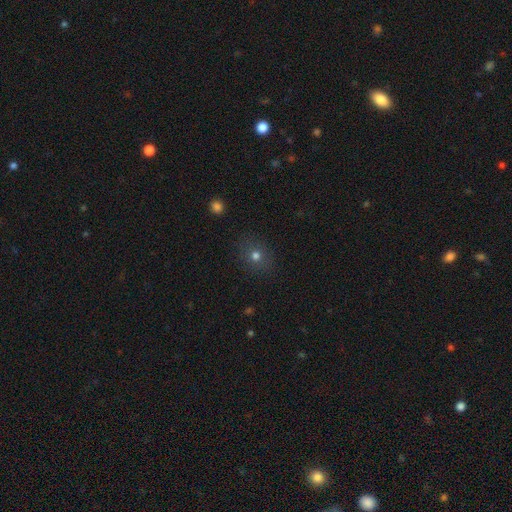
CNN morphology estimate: A smooth galaxy with no disk features (72%) that is round (75%). Merging: none (86%).